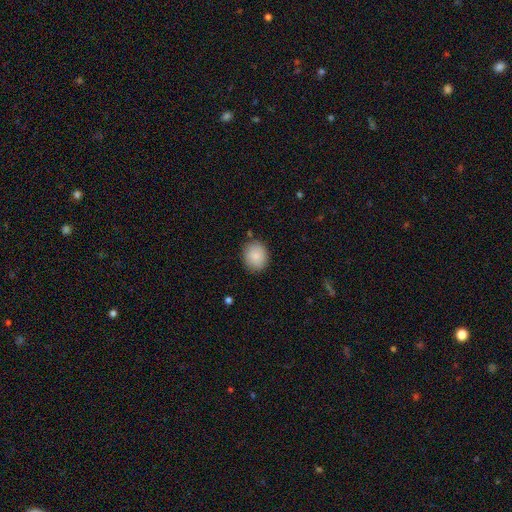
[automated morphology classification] Smooth or featured? smooth (87%)
How rounded? round (68%)
Merging? none (85%)